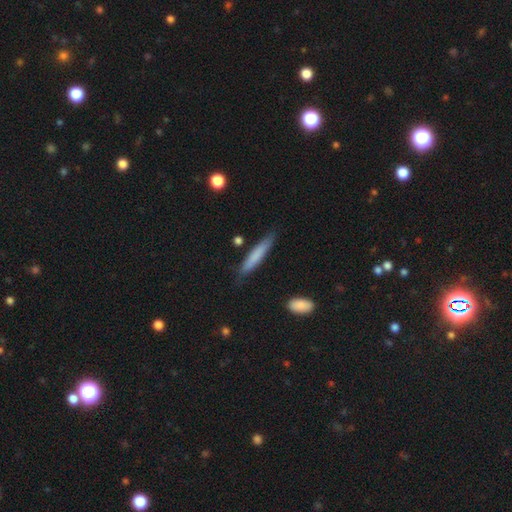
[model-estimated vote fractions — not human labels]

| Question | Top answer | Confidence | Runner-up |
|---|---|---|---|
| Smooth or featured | smooth | 74% | featured or disk (20%) |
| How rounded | cigar-shaped | 92% | in between (7%) |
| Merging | none | 83% | minor disturbance (13%) |